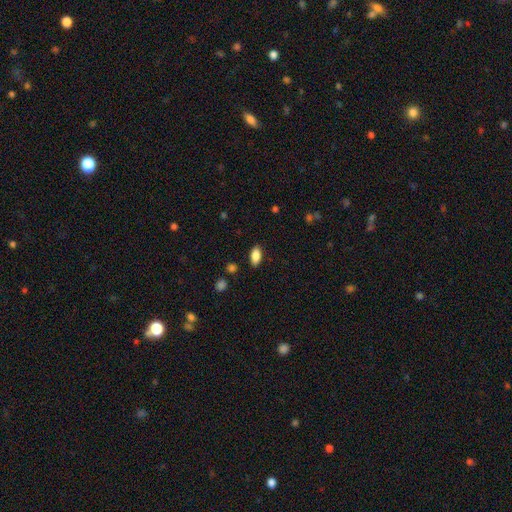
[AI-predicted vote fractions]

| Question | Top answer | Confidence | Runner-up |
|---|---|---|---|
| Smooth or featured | smooth | 86% | star or artifact (8%) |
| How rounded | in between | 90% | cigar-shaped (7%) |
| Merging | none | 86% | minor disturbance (10%) |